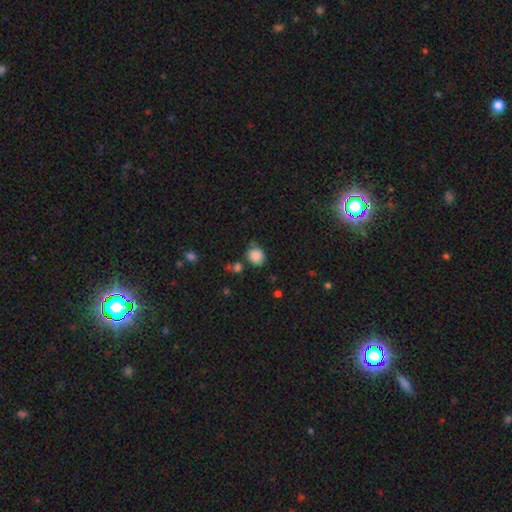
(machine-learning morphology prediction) The model was most divided on "how rounded": round: 77%, in between: 22%, cigar-shaped: 1%. More confident: smooth or featured — smooth (86%); merging — none (73%).